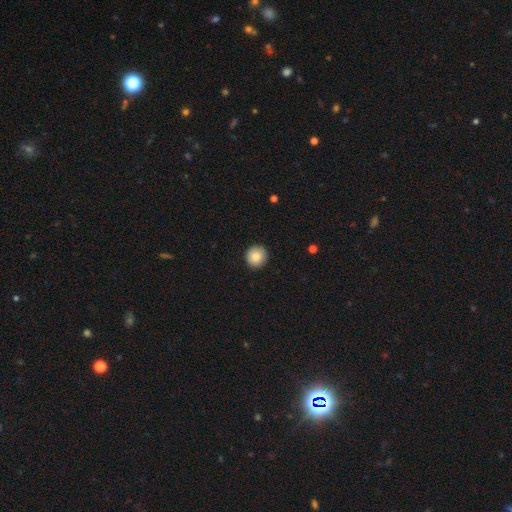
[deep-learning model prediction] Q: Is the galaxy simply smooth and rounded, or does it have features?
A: smooth — 86%.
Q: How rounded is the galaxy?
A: round — 93%.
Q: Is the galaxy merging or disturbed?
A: none — 91%.